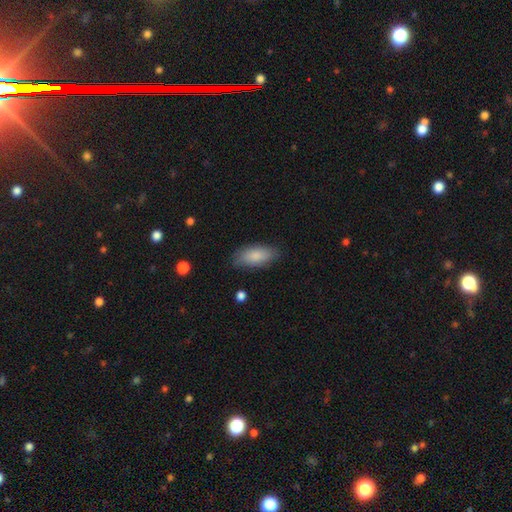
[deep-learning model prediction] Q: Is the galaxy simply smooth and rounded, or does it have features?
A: smooth — 84%.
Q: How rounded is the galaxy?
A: in between — 85%.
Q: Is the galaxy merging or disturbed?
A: none — 80%.